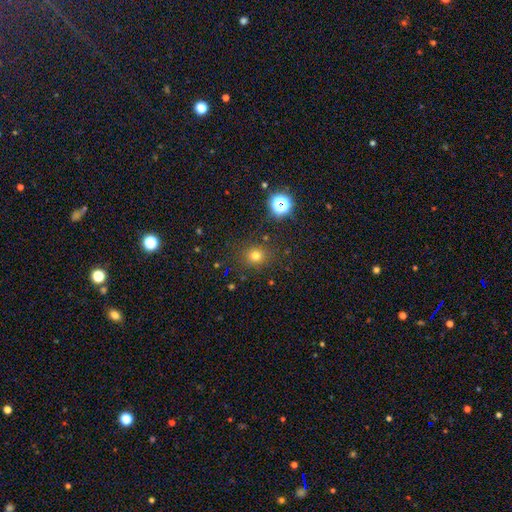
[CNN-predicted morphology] smooth 71%, star or artifact 22%, featured or disk 6%. Down the decision tree: how rounded — round (87%); merging — none (86%).